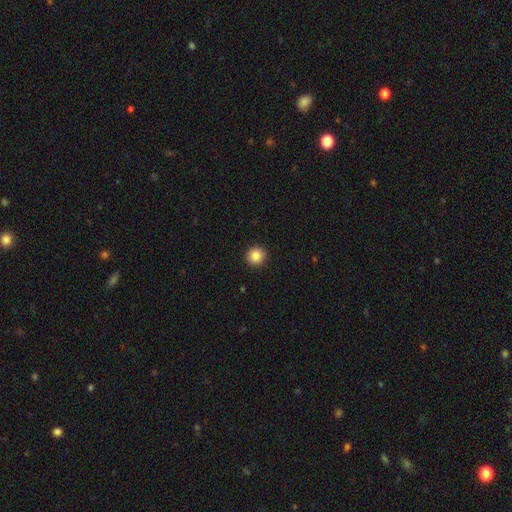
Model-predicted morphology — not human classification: type=smooth (86%); roundness=round (95%); merging=none (93%).